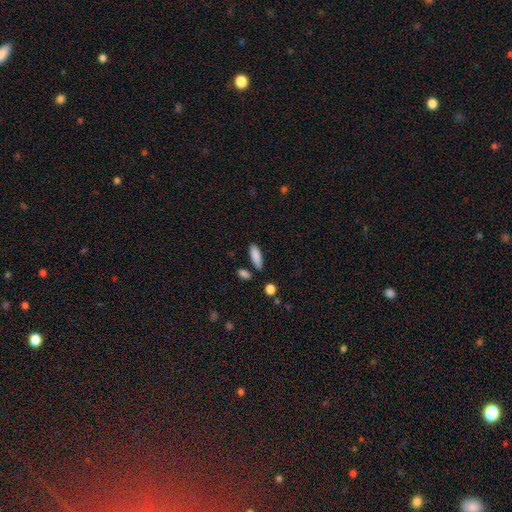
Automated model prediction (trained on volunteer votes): The model was most divided on "how rounded": in between: 59%, cigar-shaped: 38%, round: 2%. More confident: smooth or featured — smooth (87%); merging — none (77%).